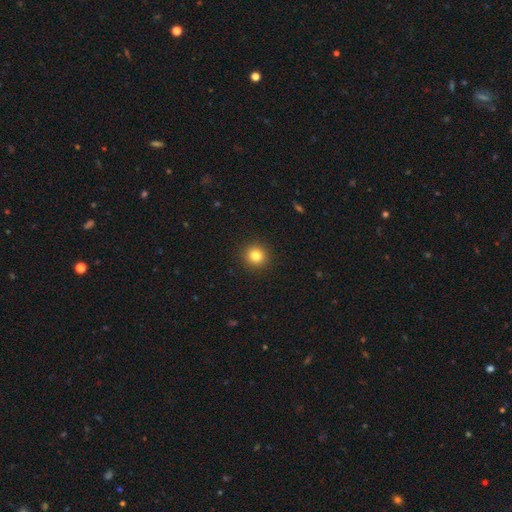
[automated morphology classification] Smooth or featured?
  - smooth: 82% *
  - star or artifact: 12%
  - featured or disk: 6%
How rounded?
  - round: 93% *
  - in between: 6%
  - cigar-shaped: 1%
Merging?
  - none: 93% *
  - minor disturbance: 5%
  - major disturbance: 2%
  - merger: 1%